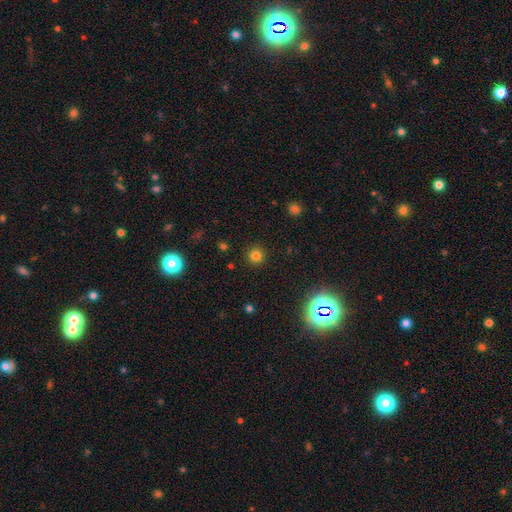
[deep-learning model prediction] A smooth galaxy with no disk features (78%) that is round (95%).

Vote fractions:
- Smooth or featured? smooth: 78% / star or artifact: 17% / featured or disk: 5%
- How rounded? round: 95% / in between: 4% / cigar-shaped: 1%
- Merging? none: 91% / minor disturbance: 5% / major disturbance: 2% / merger: 1%